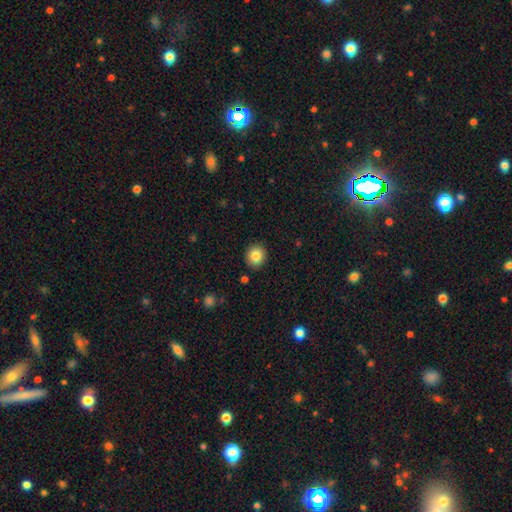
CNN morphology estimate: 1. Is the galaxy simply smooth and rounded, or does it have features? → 84% smooth, 9% star or artifact, 6% featured or disk.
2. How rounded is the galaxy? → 83% round, 16% in between, 1% cigar-shaped.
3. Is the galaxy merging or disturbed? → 90% none, 6% minor disturbance, 2% major disturbance, 1% merger.